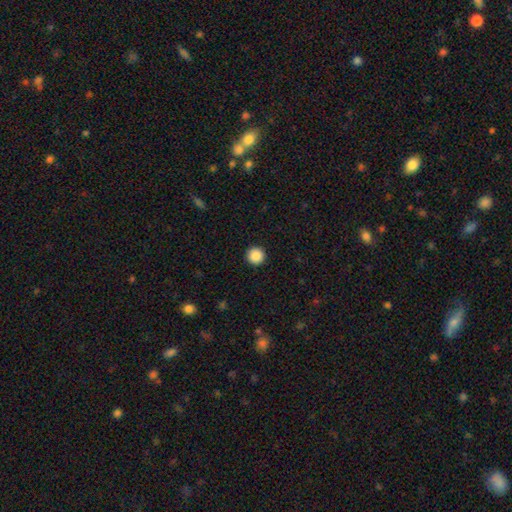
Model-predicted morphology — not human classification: The model was most divided on "smooth or featured": smooth: 88%, star or artifact: 9%, featured or disk: 3%. More confident: how rounded — round (96%); merging — none (93%).